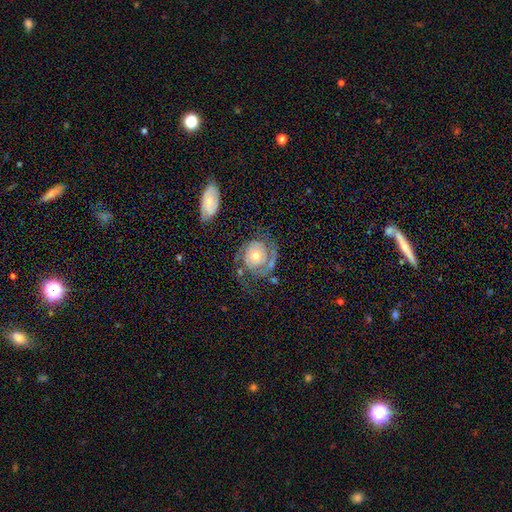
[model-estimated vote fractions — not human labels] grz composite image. It shows a featured or disk galaxy (78%) with no bar (78%), 2 (66%) tight (52%) spiral arms (90%) and a moderate central bulge (63%). Merging: none (51%).